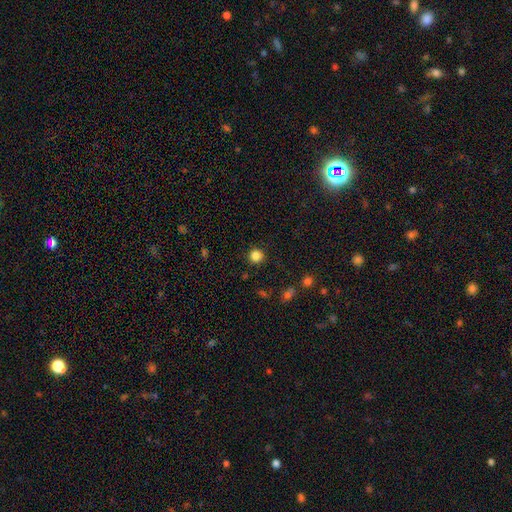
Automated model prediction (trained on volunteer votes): Smooth or featured?
  - smooth: 84% *
  - star or artifact: 12%
  - featured or disk: 4%
How rounded?
  - round: 93% *
  - in between: 6%
  - cigar-shaped: 1%
Merging?
  - none: 91% *
  - minor disturbance: 6%
  - major disturbance: 2%
  - merger: 1%